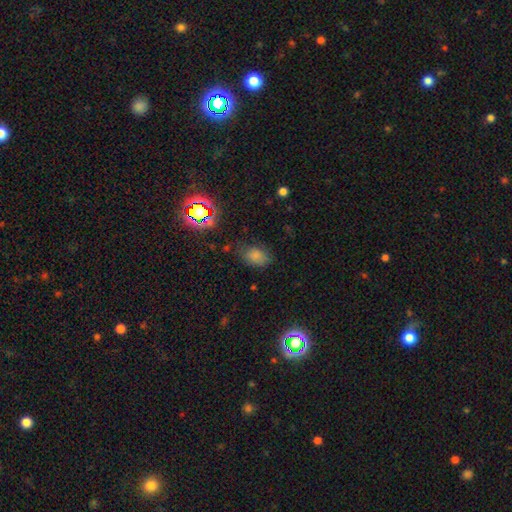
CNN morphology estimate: type=smooth (75%); roundness=in between (81%); merging=none (70%).